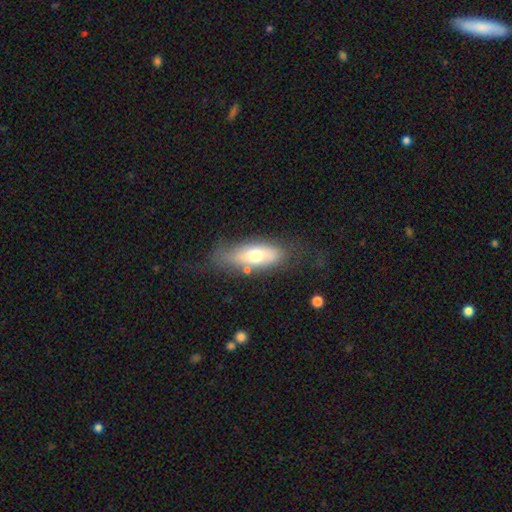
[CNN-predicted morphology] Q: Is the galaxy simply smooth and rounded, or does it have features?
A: smooth — 61%.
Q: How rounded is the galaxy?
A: in between — 76%.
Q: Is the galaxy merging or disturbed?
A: none — 62%.